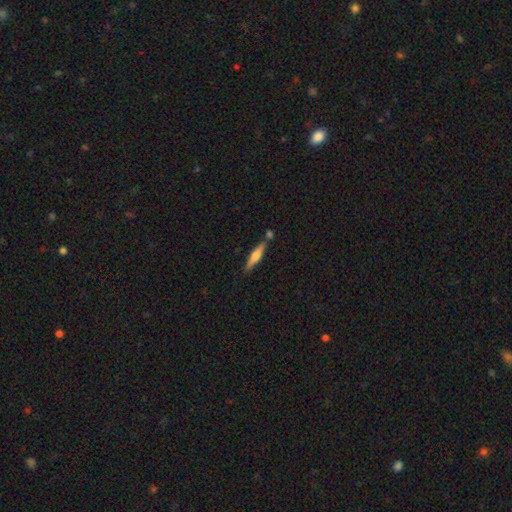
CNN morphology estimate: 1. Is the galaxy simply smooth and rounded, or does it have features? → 51% featured or disk, 43% smooth, 6% star or artifact.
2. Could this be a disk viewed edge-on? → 95% yes, 5% no.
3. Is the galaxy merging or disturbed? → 75% none, 11% merger, 11% minor disturbance, 2% major disturbance.